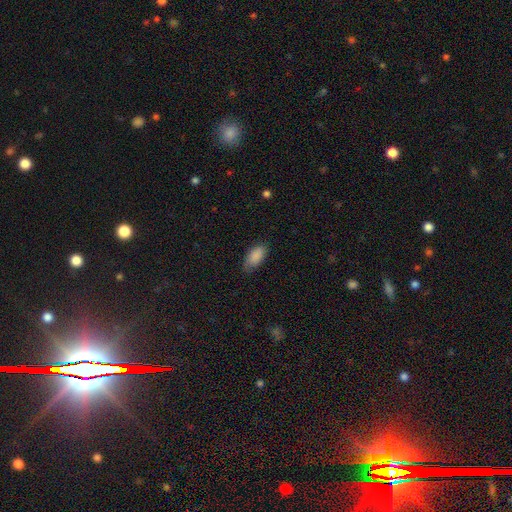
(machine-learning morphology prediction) The model was most divided on "merging": none: 73%, minor disturbance: 22%, major disturbance: 4%, merger: 1%. More confident: how rounded — in between (92%); smooth or featured — smooth (88%).